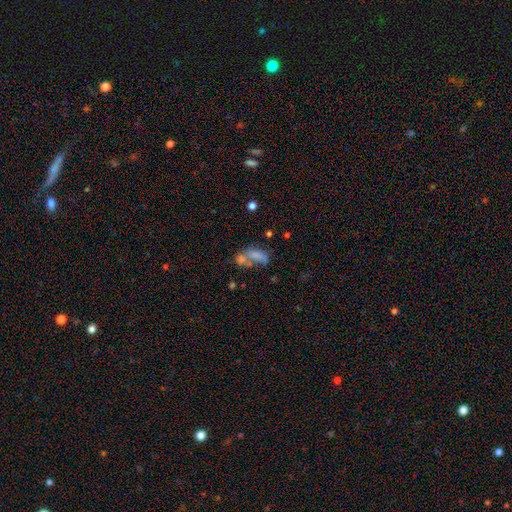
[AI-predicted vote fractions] Q: Smooth or featured?
A: smooth (63%); runner-up: featured or disk (25%)
Q: How rounded?
A: in between (83%); runner-up: round (9%)
Q: Merging?
A: merger (59%); runner-up: none (19%)